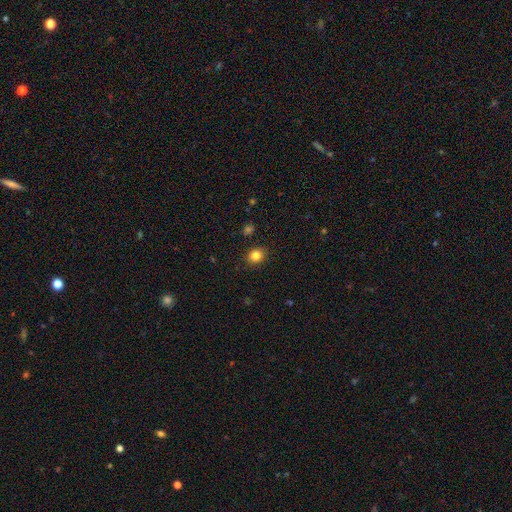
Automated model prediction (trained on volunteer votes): smooth 83%, star or artifact 11%, featured or disk 6%. Down the decision tree: how rounded — round (67%); merging — none (89%).